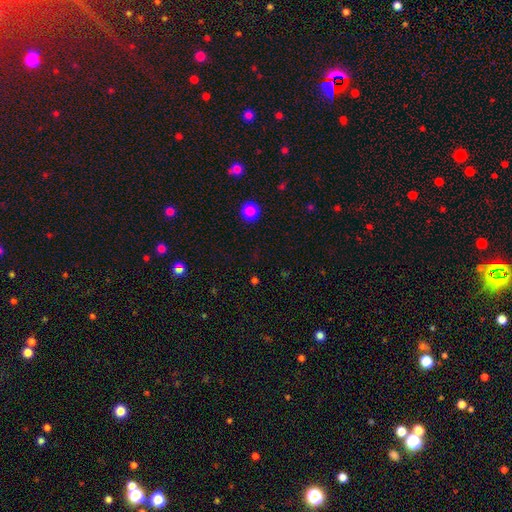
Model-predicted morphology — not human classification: Q: Smooth or featured?
A: smooth (55%); runner-up: star or artifact (39%)
Q: How rounded?
A: round (89%); runner-up: in between (9%)
Q: Merging?
A: none (89%); runner-up: minor disturbance (6%)